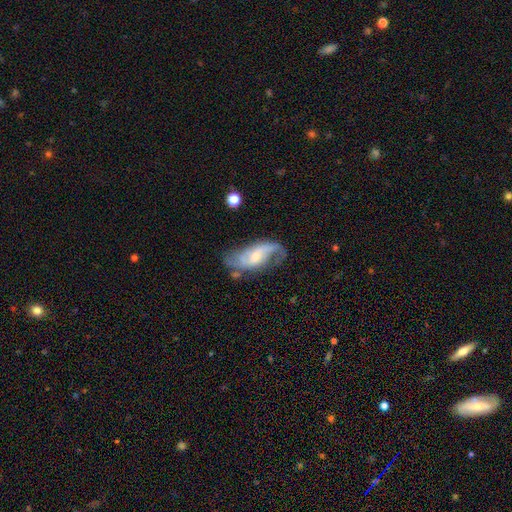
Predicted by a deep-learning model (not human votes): This is likely a featured or disk galaxy (77%). It is clearly not viewed edge-on (94%). Bar: possibly weak (47%). Spiral arm pattern: clearly yes (92%). Spiral arm count: likely 2 (72%). Spiral winding: possibly loose (56%). Central bulge: marginally small (44%). Merging: possibly none (52%).